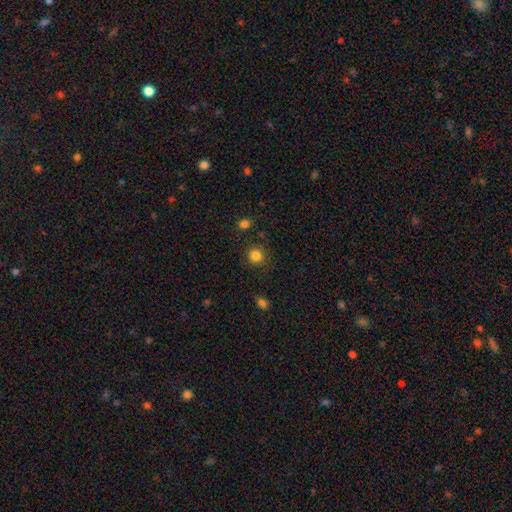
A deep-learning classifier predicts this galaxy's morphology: A smooth galaxy with no disk features (84%) that is round (92%).

Vote fractions:
- Smooth or featured? smooth: 84% / star or artifact: 12% / featured or disk: 4%
- How rounded? round: 92% / in between: 7% / cigar-shaped: 1%
- Merging? none: 89% / minor disturbance: 7% / major disturbance: 2% / merger: 2%